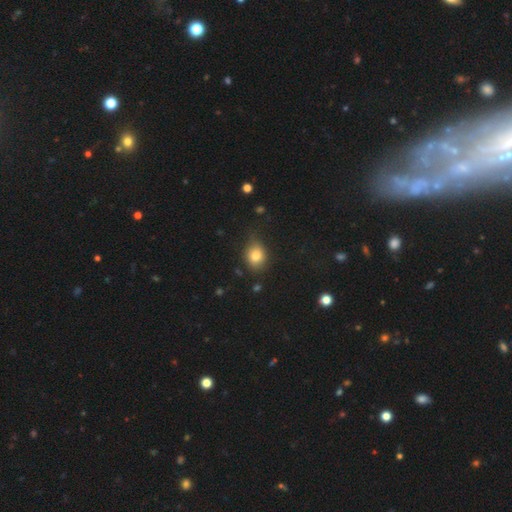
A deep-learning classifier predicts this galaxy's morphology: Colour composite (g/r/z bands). It shows a smooth galaxy with no disk features (80%) that is round (54%). Merging: none (67%).